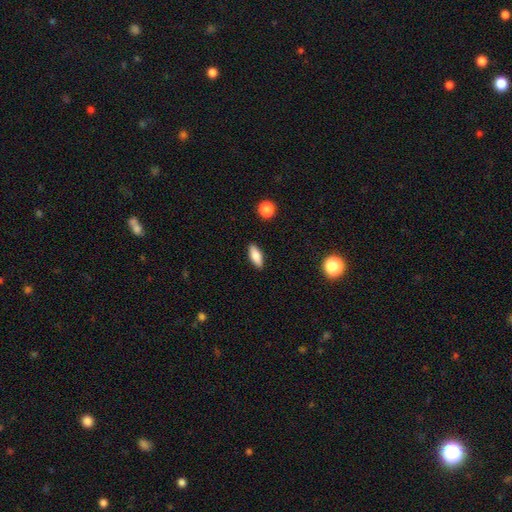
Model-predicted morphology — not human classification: smooth-or-featured: smooth: 79% | featured or disk: 14% | star or artifact: 7%
  how-rounded: in between: 76% | cigar-shaped: 21% | round: 3%
  merging: none: 89% | minor disturbance: 8% | major disturbance: 2% | merger: 1%